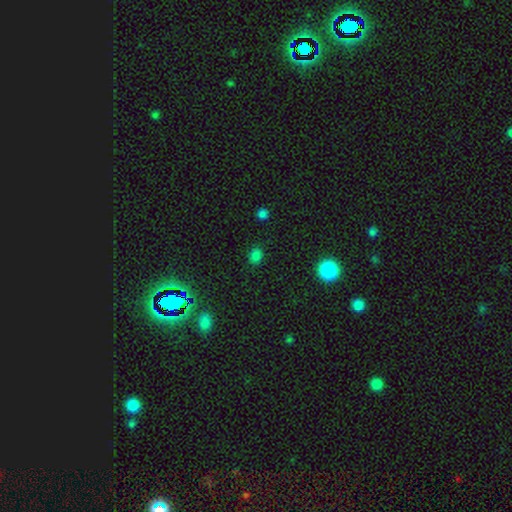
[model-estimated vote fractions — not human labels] smooth_or_featured: smooth (p=0.77) [alt: star or artifact p=0.19]
how_rounded: round (p=0.50) [alt: in between p=0.49]
merging: none (p=0.85) [alt: minor disturbance p=0.11]